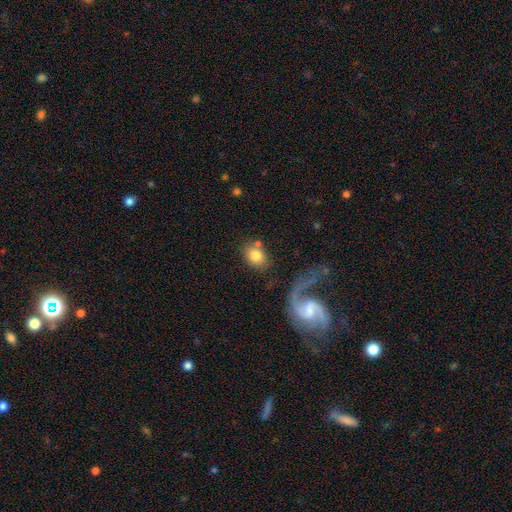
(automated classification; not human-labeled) A smooth galaxy with no disk features (76%) that is in between round and cigar-shaped (55%). Merging: none (63%).